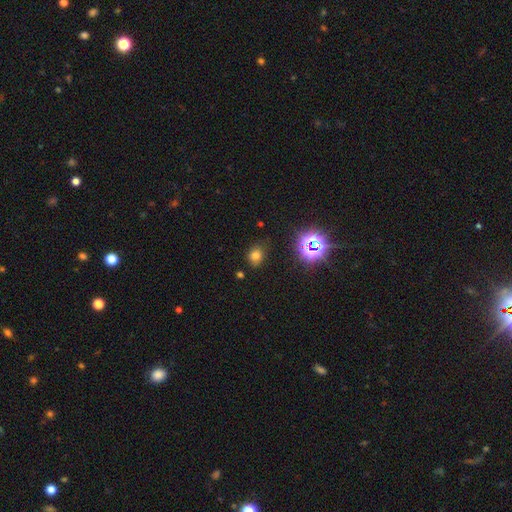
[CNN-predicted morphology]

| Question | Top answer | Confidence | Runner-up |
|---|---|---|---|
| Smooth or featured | smooth | 68% | star or artifact (24%) |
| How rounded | round | 59% | in between (40%) |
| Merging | none | 75% | minor disturbance (17%) |